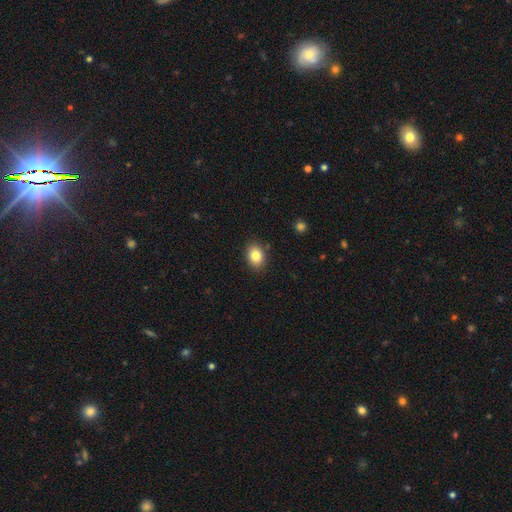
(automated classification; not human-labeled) smooth_or_featured: smooth (p=0.84) [alt: star or artifact p=0.09]
how_rounded: in between (p=0.66) [alt: round p=0.33]
merging: none (p=0.87) [alt: minor disturbance p=0.09]